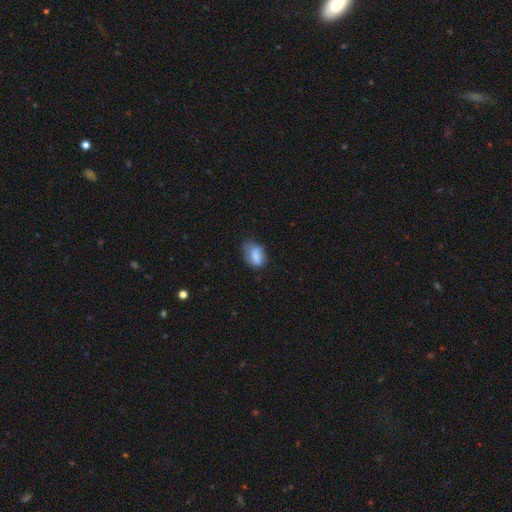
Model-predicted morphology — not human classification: Smooth or featured? Predicted: smooth (p=0.78). How rounded? Predicted: in between (p=0.81). Merging? Predicted: none (p=0.49).